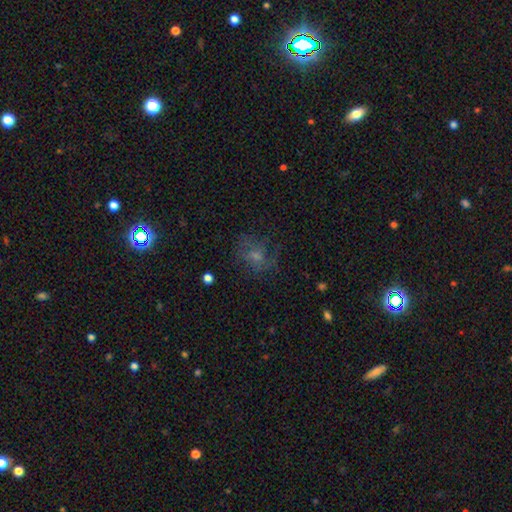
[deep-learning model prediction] smooth_or_featured: smooth (p=0.46) [alt: featured or disk p=0.35]
merging: none (p=0.56) [alt: major disturbance p=0.22]